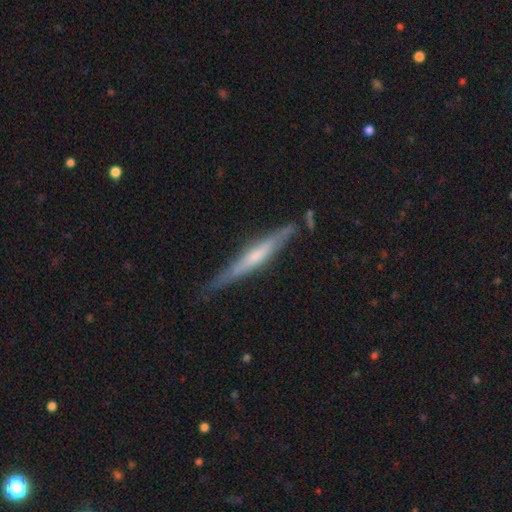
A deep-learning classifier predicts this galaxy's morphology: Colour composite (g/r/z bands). It shows a featured or disk galaxy (61%) viewed edge-on (95%) with no central bulge (43%). Merging: none (79%).